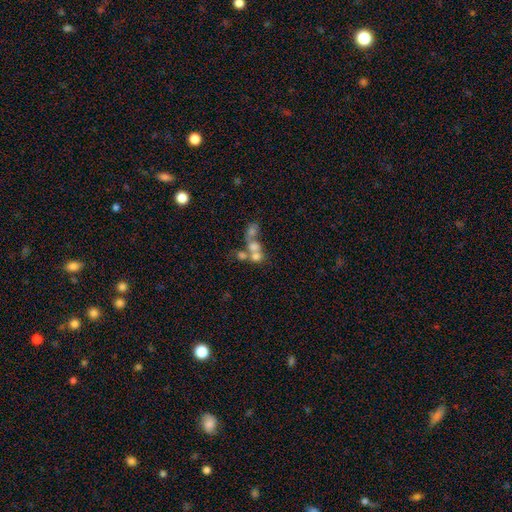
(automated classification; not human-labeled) Smooth or featured? smooth (57%)
How rounded? round (61%)
Merging? merger (61%)